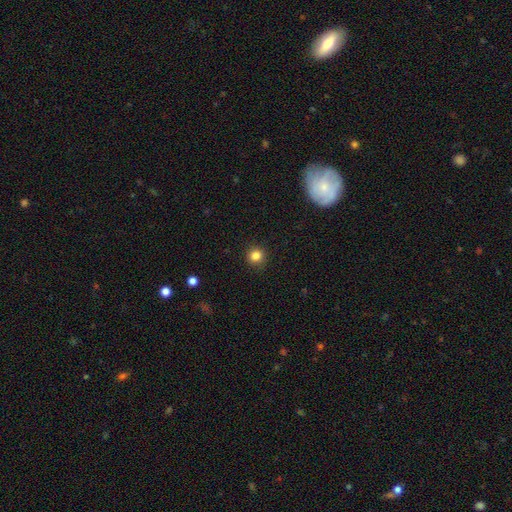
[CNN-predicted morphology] Smooth or featured? Predicted: smooth (p=0.84). How rounded? Predicted: round (p=0.92). Merging? Predicted: none (p=0.91).